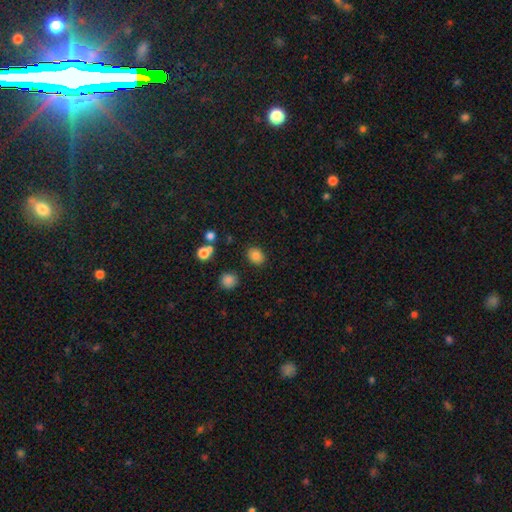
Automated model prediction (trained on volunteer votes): A smooth galaxy with no disk features (82%) that is round (53%).

Vote fractions:
- Smooth or featured? smooth: 82% / star or artifact: 12% / featured or disk: 7%
- How rounded? round: 53% / in between: 46% / cigar-shaped: 1%
- Merging? none: 85% / minor disturbance: 9% / merger: 3% / major disturbance: 3%